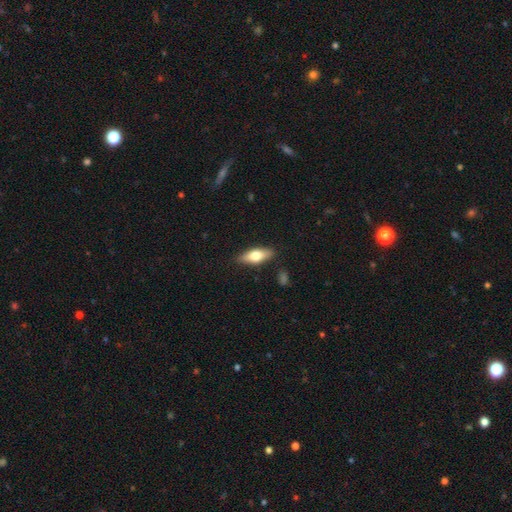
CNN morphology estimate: smooth-or-featured: smooth: 62% | featured or disk: 31% | star or artifact: 6%
  how-rounded: in between: 67% | cigar-shaped: 30% | round: 3%
  merging: none: 85% | minor disturbance: 11% | major disturbance: 2% | merger: 2%